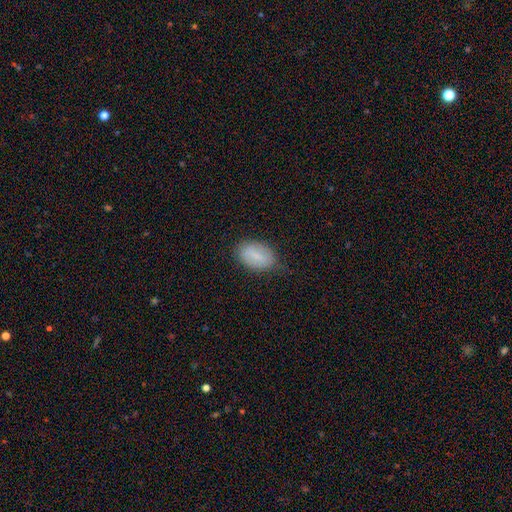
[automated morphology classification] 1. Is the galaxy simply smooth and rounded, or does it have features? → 76% smooth, 16% featured or disk, 8% star or artifact.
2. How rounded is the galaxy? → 90% in between, 8% round, 2% cigar-shaped.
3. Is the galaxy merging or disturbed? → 71% none, 23% minor disturbance, 5% major disturbance, 1% merger.